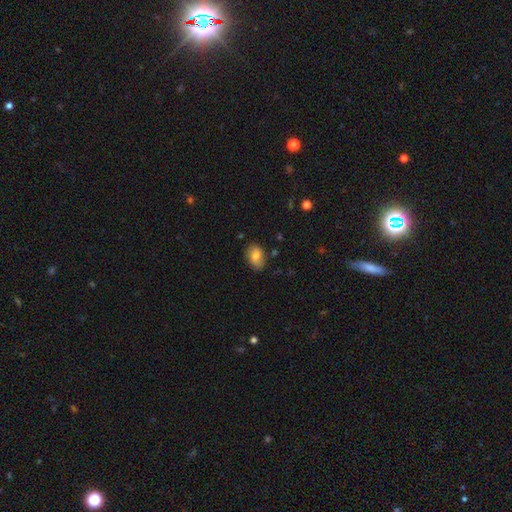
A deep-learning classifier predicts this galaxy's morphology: This appears to be a smooth galaxy with no disk features (79%) that is in between round and cigar-shaped (78%). Merging: none (73%).